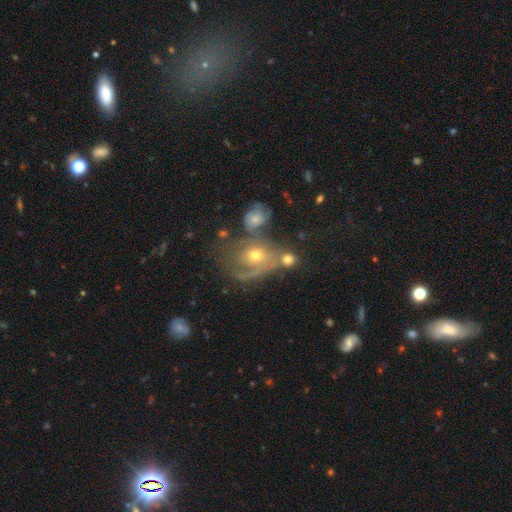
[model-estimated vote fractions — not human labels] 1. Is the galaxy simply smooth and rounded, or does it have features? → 59% featured or disk, 30% smooth, 11% star or artifact.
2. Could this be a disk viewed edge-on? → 96% no, 4% yes.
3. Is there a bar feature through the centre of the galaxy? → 76% no, 20% weak, 5% strong.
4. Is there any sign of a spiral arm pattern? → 71% yes, 29% no.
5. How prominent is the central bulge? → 63% moderate, 29% small, 5% large, 2% none, 1% dominant.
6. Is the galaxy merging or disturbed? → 37% merger, 27% none, 20% major disturbance, 15% minor disturbance.